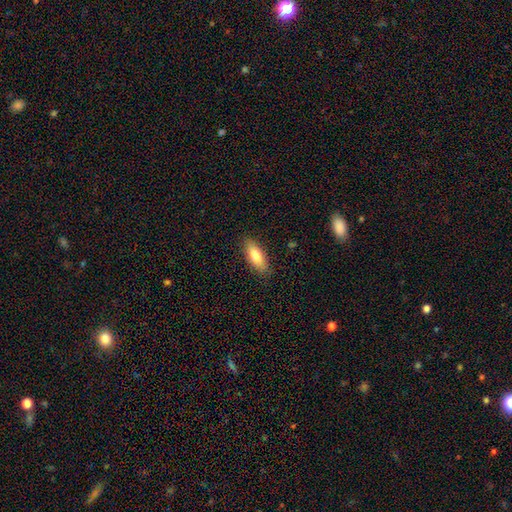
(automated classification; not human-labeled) Smooth or featured?
  - smooth: 78% *
  - featured or disk: 16%
  - star or artifact: 6%
How rounded?
  - in between: 69% *
  - cigar-shaped: 29%
  - round: 2%
Merging?
  - none: 87% *
  - minor disturbance: 10%
  - major disturbance: 2%
  - merger: 1%